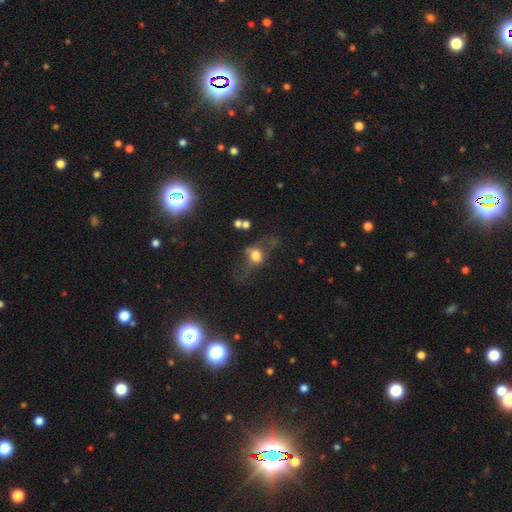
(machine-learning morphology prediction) Overall: smooth (54%; featured or disk 32%). How rounded: round (51%; in between 43%). Merging: none (40%; major disturbance 33%).